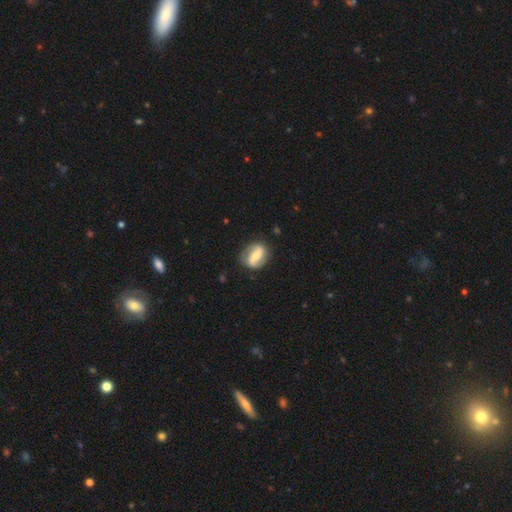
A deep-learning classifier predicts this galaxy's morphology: smooth-or-featured: featured or disk: 68% | smooth: 26% | star or artifact: 6%
  disk-edge-on: no: 95% | yes: 5%
    bar: strong: 59% | weak: 26% | no: 14%
    has-spiral-arms: yes: 81% | no: 19%
      spiral-winding: loose: 46% | medium: 32% | tight: 22%
      spiral-arm-count: 2: 87% | can't tell: 7% | 1: 4% | 3: 1% | 4: 1% | more than 4: 1%
    bulge-size: small: 46% | moderate: 41% | none: 6% | large: 5% | dominant: 2%
  merging: none: 79% | minor disturbance: 15% | major disturbance: 5% | merger: 2%